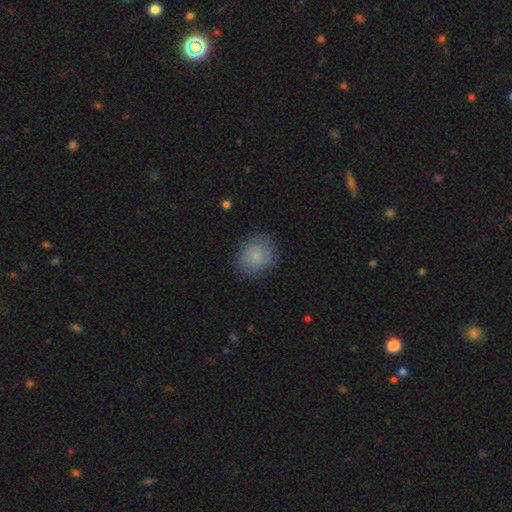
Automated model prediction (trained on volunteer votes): A smooth galaxy with no disk features (80%) that is round (71%).

Vote fractions:
- Smooth or featured? smooth: 80% / featured or disk: 12% / star or artifact: 8%
- How rounded? round: 71% / in between: 28% / cigar-shaped: 1%
- Merging? none: 76% / minor disturbance: 17% / major disturbance: 6% / merger: 1%